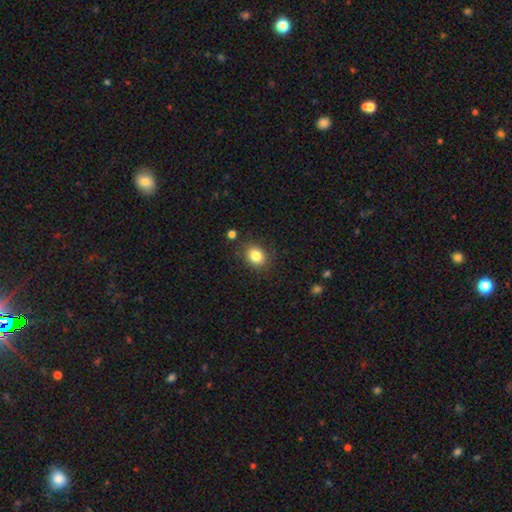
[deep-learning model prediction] smooth 84%, star or artifact 10%, featured or disk 6%. Down the decision tree: how rounded — in between (54%); merging — none (83%).